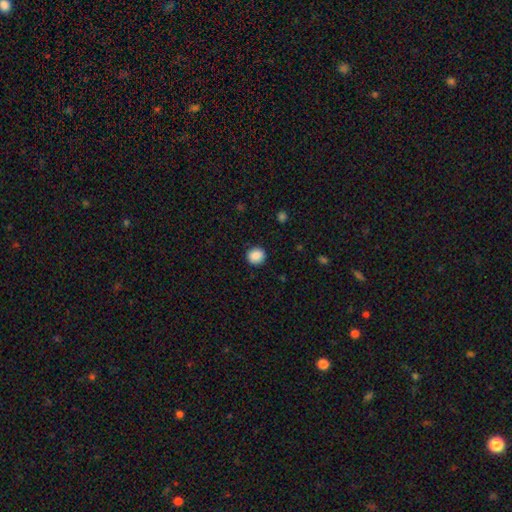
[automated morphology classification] Q: Smooth or featured?
A: smooth (88%); runner-up: star or artifact (9%)
Q: How rounded?
A: round (87%); runner-up: in between (12%)
Q: Merging?
A: none (89%); runner-up: minor disturbance (7%)